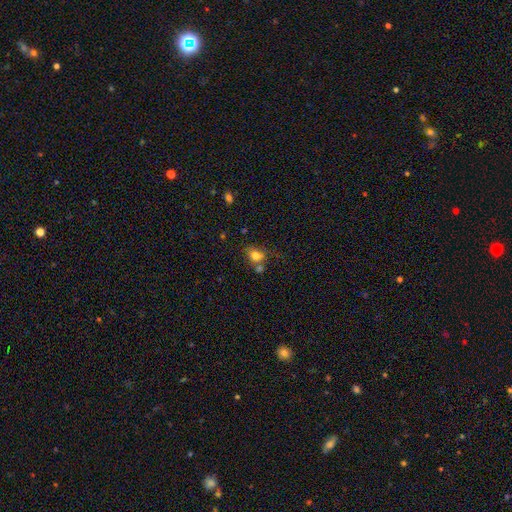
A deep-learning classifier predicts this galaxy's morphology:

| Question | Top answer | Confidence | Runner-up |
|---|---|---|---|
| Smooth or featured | smooth | 77% | featured or disk (12%) |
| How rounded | in between | 57% | round (42%) |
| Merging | none | 49% | merger (27%) |